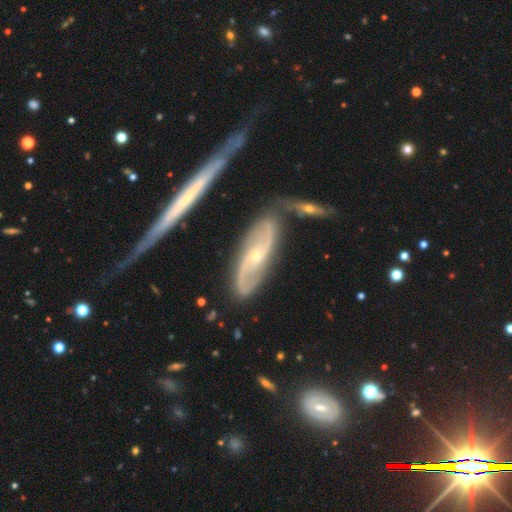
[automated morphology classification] This appears to be a featured or disk galaxy (85%) with no bar (58%), 2 (88%) medium (43%) spiral arms (95%) and a small central bulge (63%). Merging: none (62%).